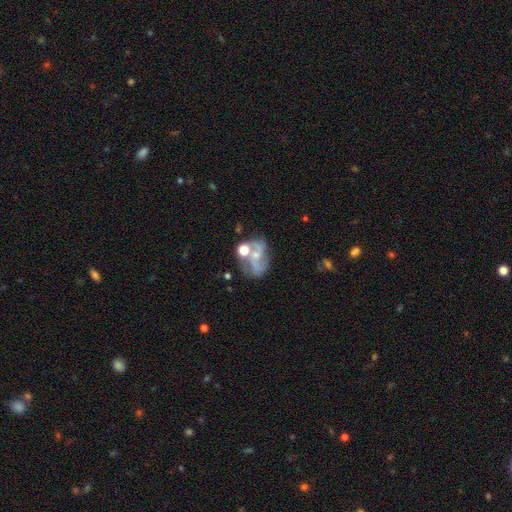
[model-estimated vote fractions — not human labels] Smooth or featured? Predicted: featured or disk (p=0.67). Edge-on disk? Predicted: no (p=0.97). Bar? Predicted: no (p=0.58). Spiral arms? Predicted: yes (p=0.78). Spiral winding? Predicted: loose (p=0.45). Spiral arm count? Predicted: 2 (p=0.78). Bulge size? Predicted: small (p=0.52). Merging? Predicted: none (p=0.39).